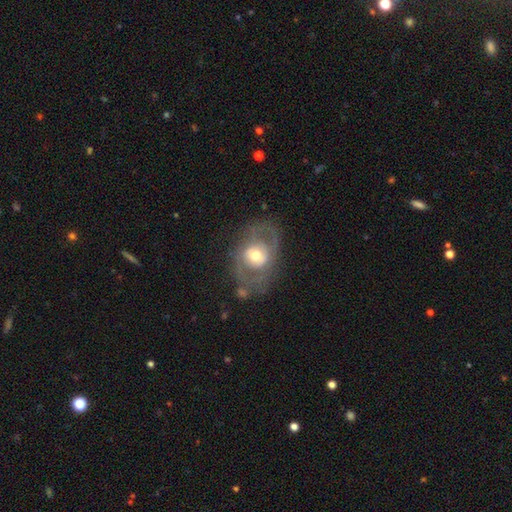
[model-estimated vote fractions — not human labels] Smooth or featured: featured or disk — 63% (smooth — 30%)
Edge-on disk: no — 94% (yes — 6%)
Bar: no — 65% (weak — 25%)
Spiral arms: no — 52% (yes — 48%)
Bulge size: moderate — 66% (large — 19%)
Merging: none — 65% (minor disturbance — 18%)